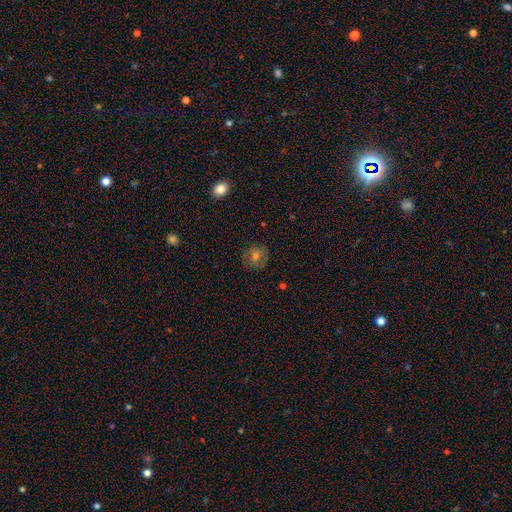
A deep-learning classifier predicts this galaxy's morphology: The model was most divided on "smooth or featured": smooth: 51%, featured or disk: 33%, star or artifact: 16%. More confident: how rounded — round (86%); merging — none (83%).